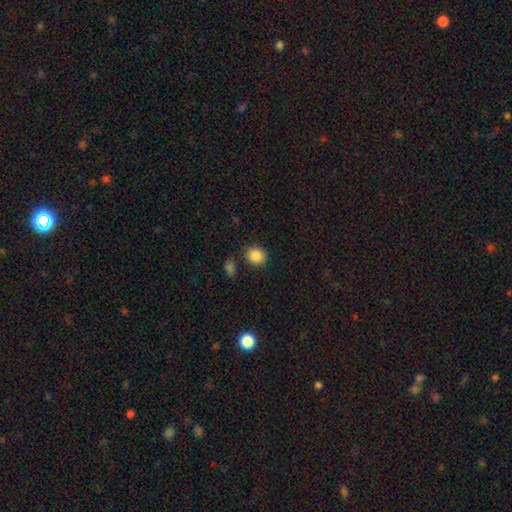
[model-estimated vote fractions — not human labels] Overall: smooth (87%). How rounded: round (82%). Merging: none (81%).